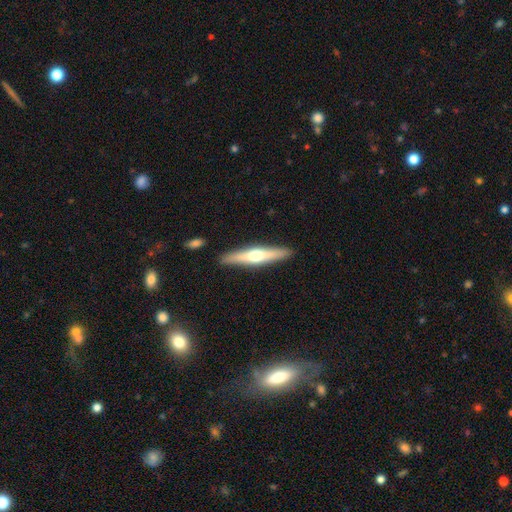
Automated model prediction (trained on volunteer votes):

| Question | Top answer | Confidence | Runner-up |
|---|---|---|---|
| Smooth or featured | featured or disk | 55% | smooth (40%) |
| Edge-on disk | yes | 94% | no (6%) |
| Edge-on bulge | rounded | 91% | none (6%) |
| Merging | none | 90% | minor disturbance (7%) |